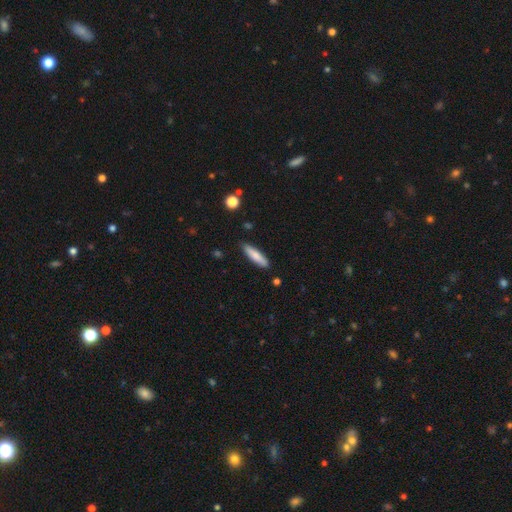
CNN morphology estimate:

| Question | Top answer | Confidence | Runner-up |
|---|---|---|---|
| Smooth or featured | smooth | 77% | featured or disk (17%) |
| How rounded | cigar-shaped | 76% | in between (23%) |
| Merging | none | 88% | minor disturbance (9%) |